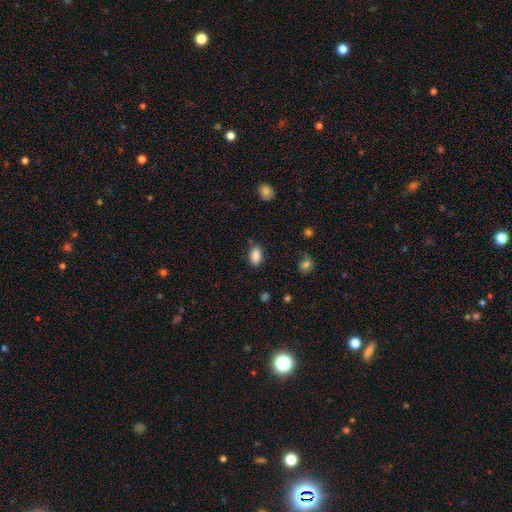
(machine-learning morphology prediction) Smooth or featured: smooth — 87% (star or artifact — 8%)
How rounded: in between — 92% (round — 6%)
Merging: none — 83% (minor disturbance — 12%)